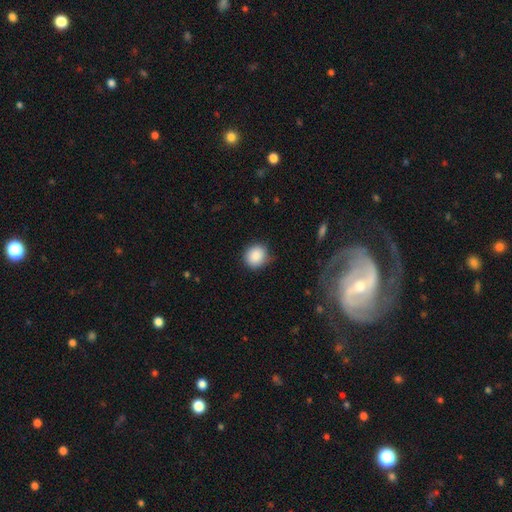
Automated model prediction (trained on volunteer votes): Q: Smooth or featured?
A: smooth (88%); runner-up: star or artifact (8%)
Q: How rounded?
A: round (83%); runner-up: in between (16%)
Q: Merging?
A: none (77%); runner-up: minor disturbance (18%)